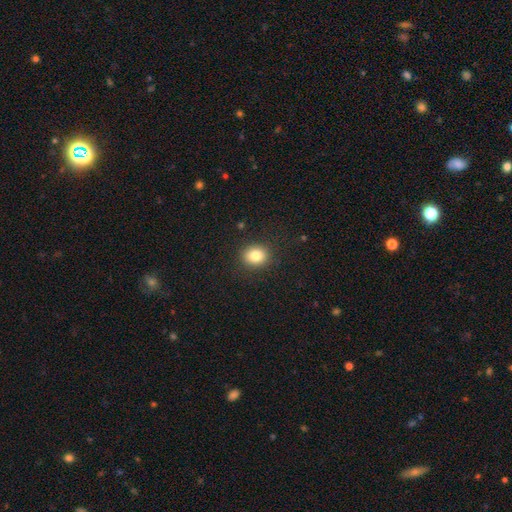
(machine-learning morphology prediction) Smooth or featured: smooth — 82% (star or artifact — 11%)
How rounded: round — 68% (in between — 31%)
Merging: none — 89% (minor disturbance — 7%)